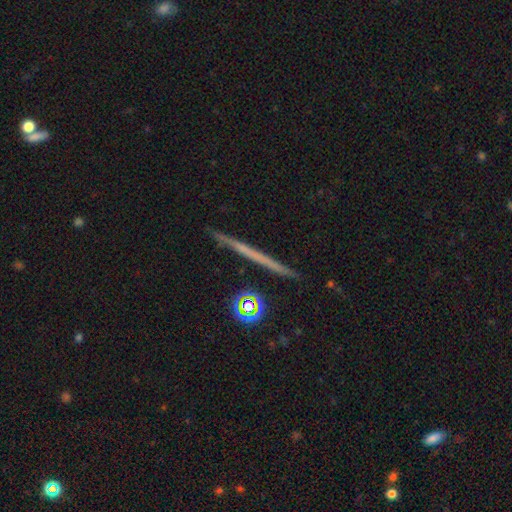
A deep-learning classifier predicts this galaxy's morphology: A featured or disk galaxy (50%) viewed edge-on (92%). Merging: none (85%).